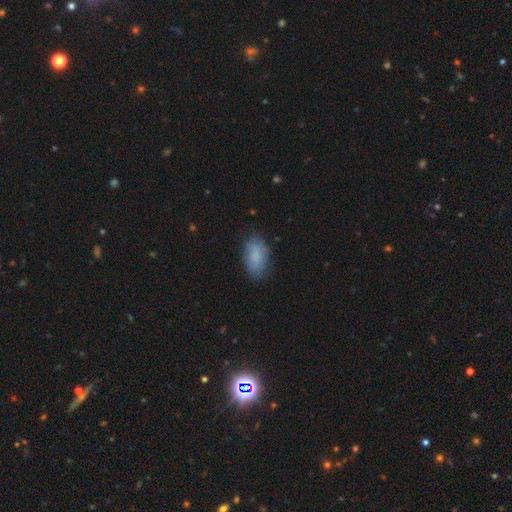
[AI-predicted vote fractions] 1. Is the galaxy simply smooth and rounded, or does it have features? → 81% smooth, 11% featured or disk, 7% star or artifact.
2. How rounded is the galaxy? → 93% in between, 4% round, 3% cigar-shaped.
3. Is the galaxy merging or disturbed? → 73% none, 20% minor disturbance, 5% major disturbance, 1% merger.